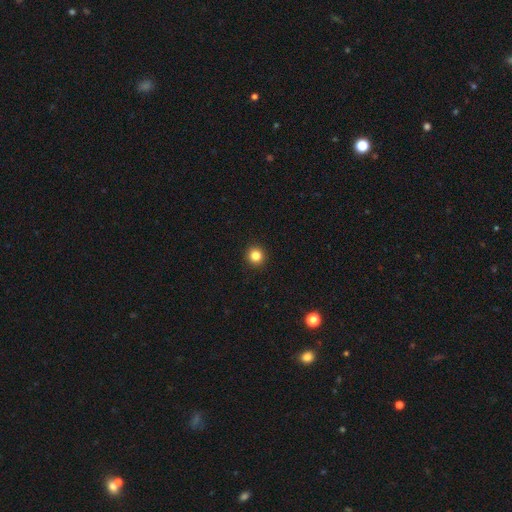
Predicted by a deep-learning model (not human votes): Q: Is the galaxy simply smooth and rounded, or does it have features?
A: smooth — 83%.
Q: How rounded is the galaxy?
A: round — 95%.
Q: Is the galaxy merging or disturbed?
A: none — 94%.